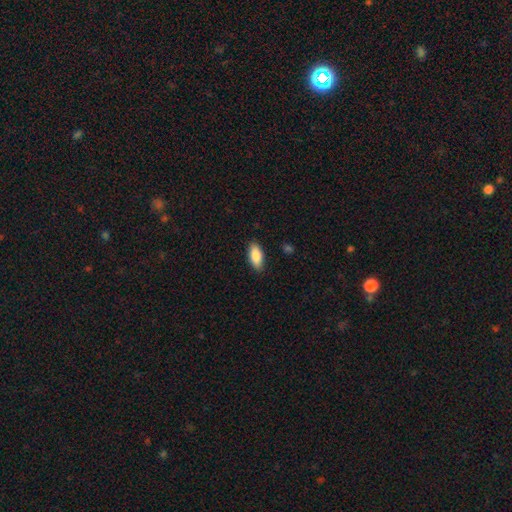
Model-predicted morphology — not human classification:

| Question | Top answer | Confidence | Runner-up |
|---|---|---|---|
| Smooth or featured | smooth | 87% | featured or disk (6%) |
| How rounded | in between | 87% | cigar-shaped (11%) |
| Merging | none | 87% | minor disturbance (9%) |